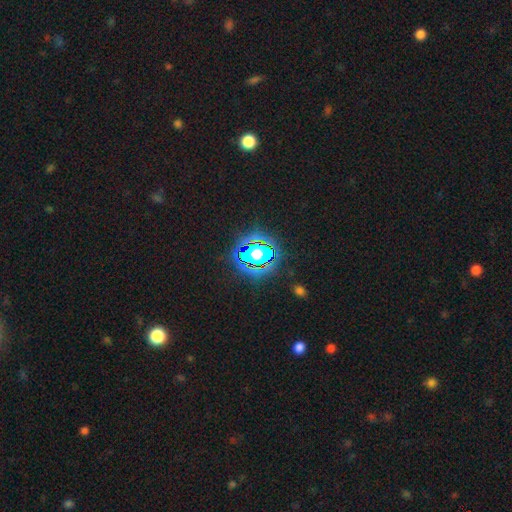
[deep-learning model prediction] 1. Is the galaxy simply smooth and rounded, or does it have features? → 79% star or artifact, 13% smooth, 8% featured or disk.